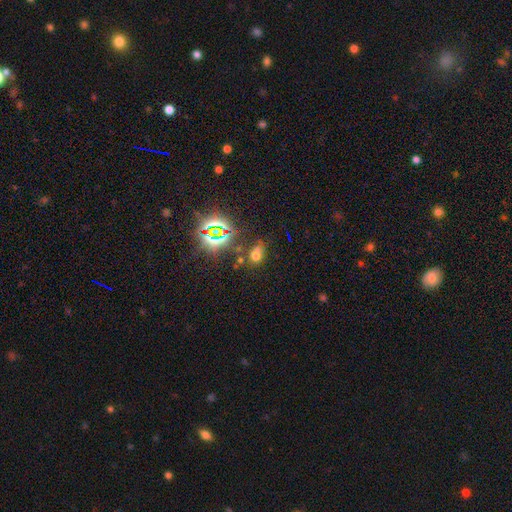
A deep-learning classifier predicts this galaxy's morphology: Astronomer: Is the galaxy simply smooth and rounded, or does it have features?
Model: smooth — 54% (runner-up: star or artifact, 35%).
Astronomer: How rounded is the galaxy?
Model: round — 53% (runner-up: in between, 45%).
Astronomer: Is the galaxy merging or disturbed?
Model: none — 54%.